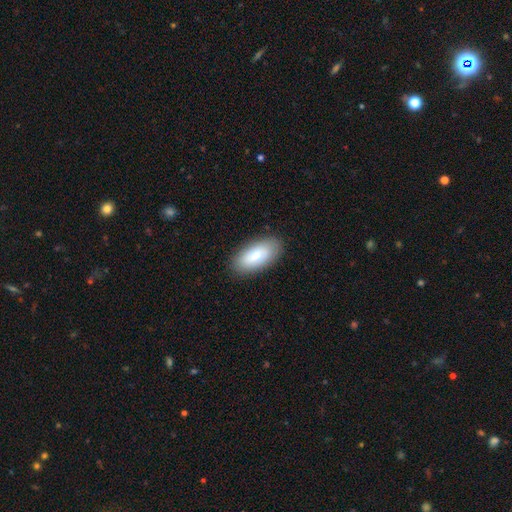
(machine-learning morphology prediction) A smooth galaxy with no disk features (73%) that is in between round and cigar-shaped (91%).

Vote fractions:
- Smooth or featured? smooth: 73% / featured or disk: 21% / star or artifact: 6%
- How rounded? in between: 91% / cigar-shaped: 6% / round: 2%
- Merging? none: 86% / minor disturbance: 10% / major disturbance: 3% / merger: 1%